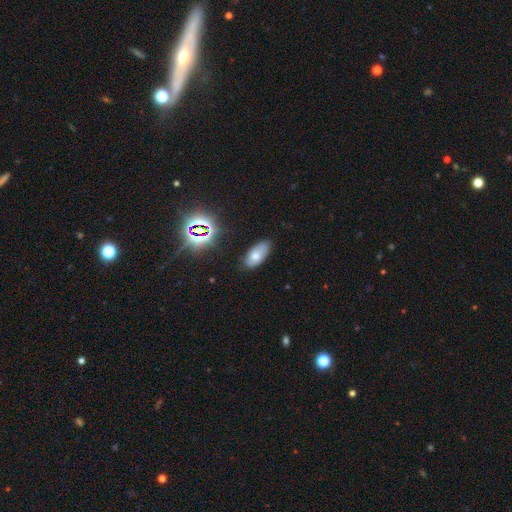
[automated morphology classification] This appears to be a smooth galaxy with no disk features (57%) that is in between round and cigar-shaped (89%). Merging: none (82%).